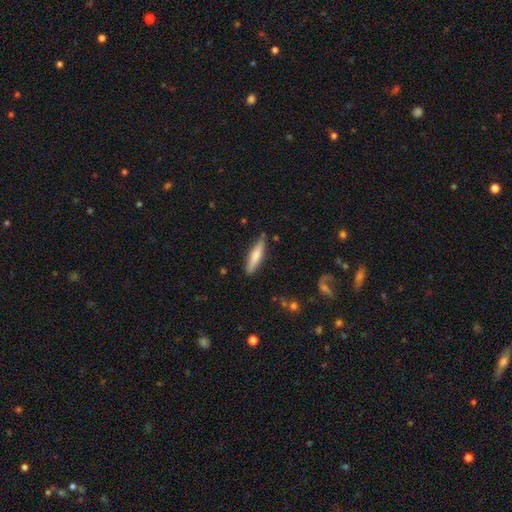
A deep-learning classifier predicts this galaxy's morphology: Q: Smooth or featured?
A: smooth (68%); runner-up: featured or disk (27%)
Q: How rounded?
A: cigar-shaped (83%); runner-up: in between (16%)
Q: Merging?
A: none (85%); runner-up: minor disturbance (11%)